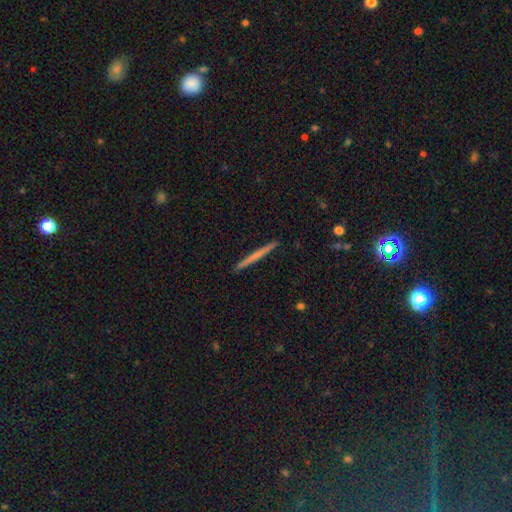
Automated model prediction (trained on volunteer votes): smooth 50%, featured or disk 45%, star or artifact 5%. Down the decision tree: merging — none (93%).